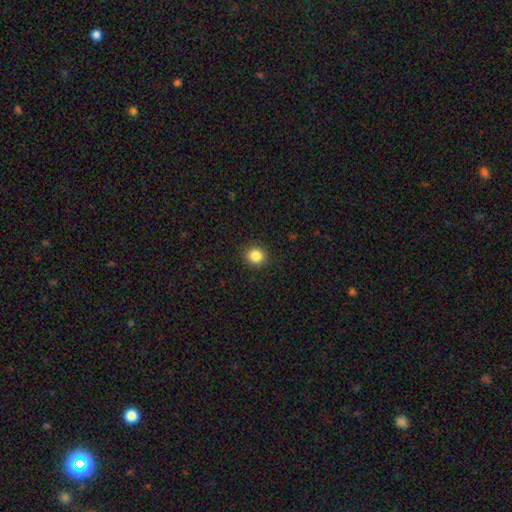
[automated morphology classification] smooth_or_featured: smooth (p=0.85) [alt: star or artifact p=0.10]
how_rounded: round (p=0.90) [alt: in between p=0.09]
merging: none (p=0.92) [alt: minor disturbance p=0.06]